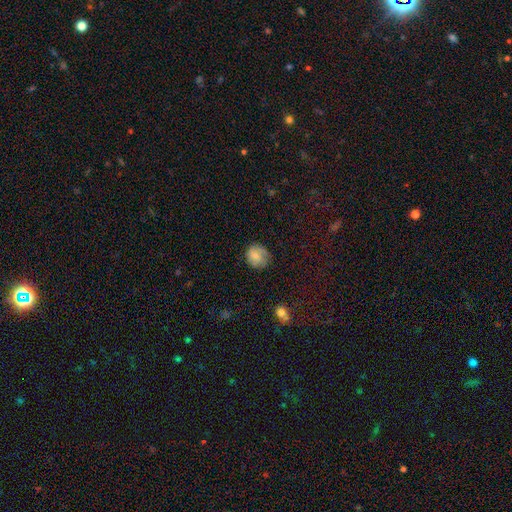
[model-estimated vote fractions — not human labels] This appears to be a smooth galaxy with no disk features (73%) that is round (77%). Merging: none (68%).